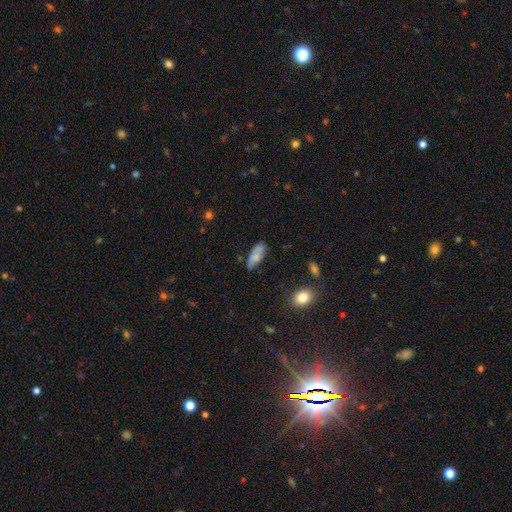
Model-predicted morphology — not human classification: The model was most divided on "merging": none: 59%, minor disturbance: 25%, major disturbance: 8%, merger: 7%. More confident: how rounded — in between (77%); smooth or featured — smooth (65%).